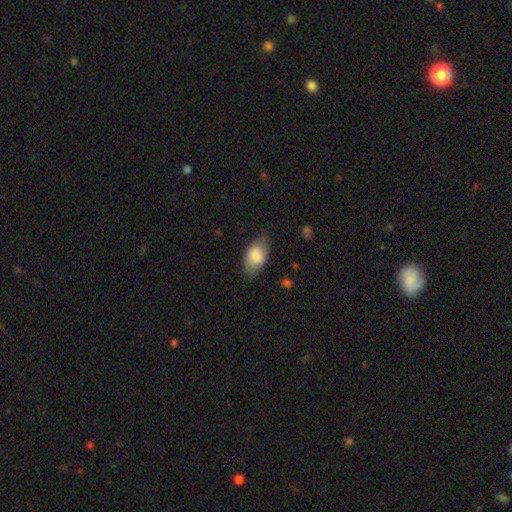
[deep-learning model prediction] This is clearly a smooth galaxy (84%). How rounded: clearly in between (92%). Merging: likely none (73%).